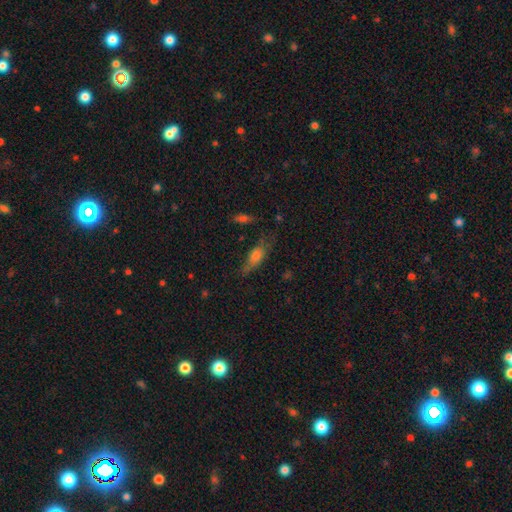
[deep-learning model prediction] A smooth galaxy with no disk features (60%) that is in between round and cigar-shaped (57%). Merging: none (57%).